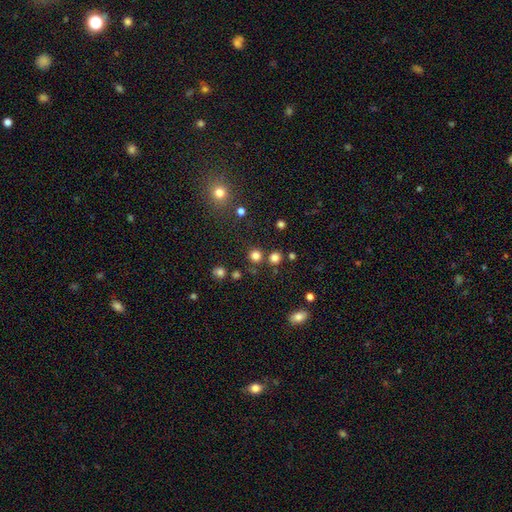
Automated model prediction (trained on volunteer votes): Morphology: type=smooth (78%); roundness=round (93%); merging=none (81%).